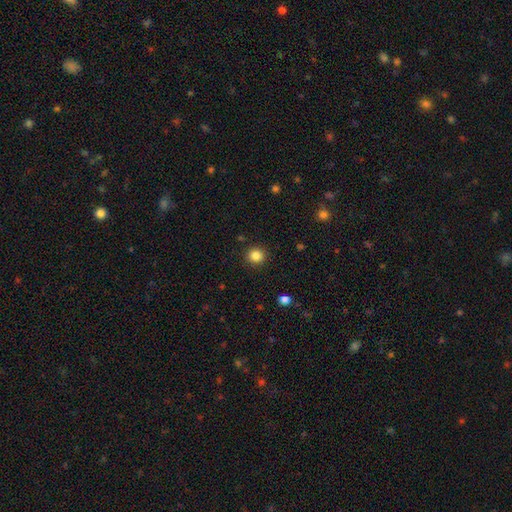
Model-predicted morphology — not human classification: Overall: smooth (85%). How rounded: round (92%). Merging: none (91%).